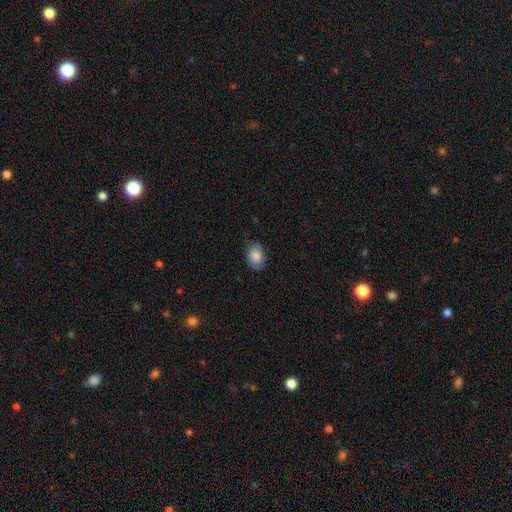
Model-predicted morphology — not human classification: Q: Smooth or featured?
A: smooth (85%); runner-up: featured or disk (8%)
Q: How rounded?
A: in between (84%); runner-up: round (15%)
Q: Merging?
A: none (79%); runner-up: minor disturbance (16%)